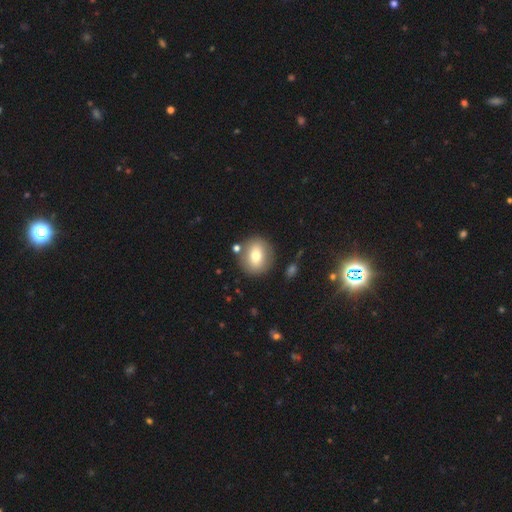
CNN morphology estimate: smooth_or_featured: smooth (p=0.70) [alt: featured or disk p=0.21]
how_rounded: round (p=0.75) [alt: in between p=0.24]
merging: none (p=0.83) [alt: minor disturbance p=0.09]